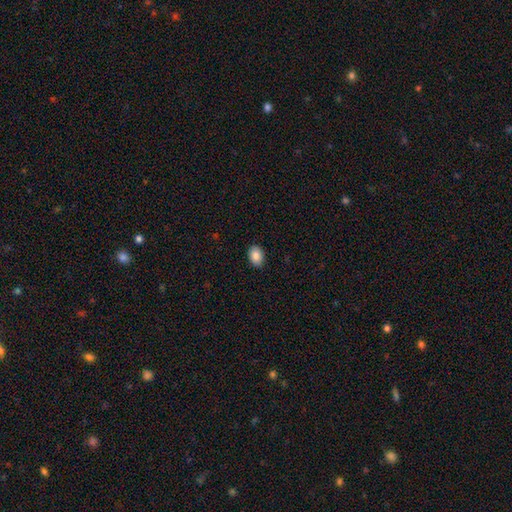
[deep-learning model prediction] Morphology: type=smooth (86%); roundness=in between (81%); merging=none (89%).